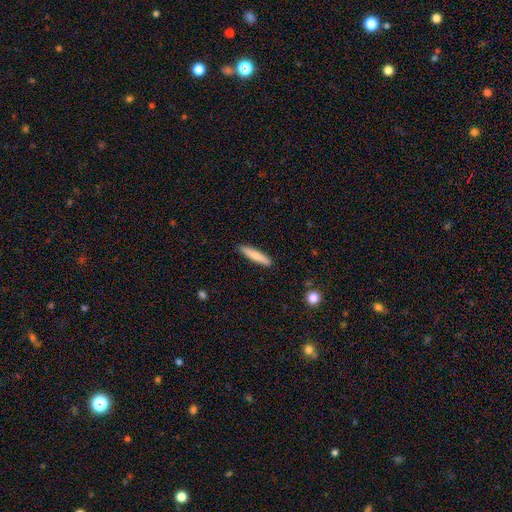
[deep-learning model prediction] Q: Smooth or featured?
A: smooth (80%); runner-up: featured or disk (14%)
Q: How rounded?
A: cigar-shaped (90%); runner-up: in between (9%)
Q: Merging?
A: none (90%); runner-up: minor disturbance (7%)